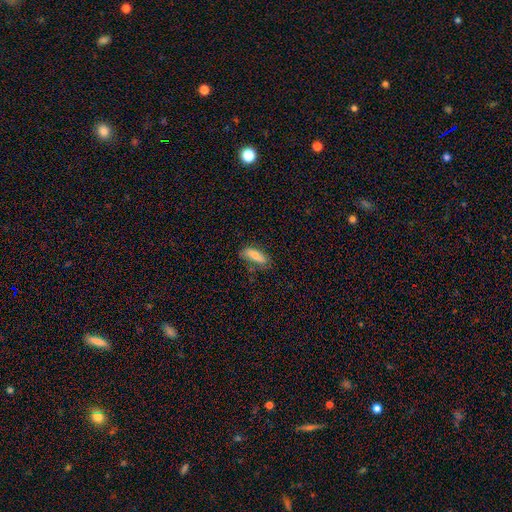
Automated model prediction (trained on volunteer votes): Smooth or featured?
  - smooth: 72% *
  - featured or disk: 21%
  - star or artifact: 7%
How rounded?
  - in between: 69% *
  - cigar-shaped: 29%
  - round: 2%
Merging?
  - none: 69% *
  - minor disturbance: 23%
  - major disturbance: 6%
  - merger: 2%